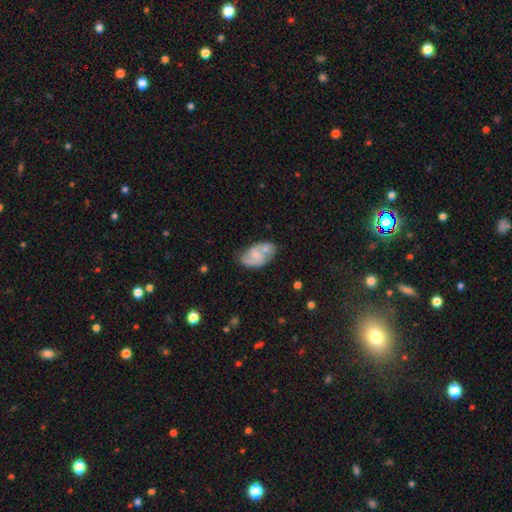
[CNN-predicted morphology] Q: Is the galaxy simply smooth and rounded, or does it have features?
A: featured or disk — 59%.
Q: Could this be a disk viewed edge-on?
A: no — 97%.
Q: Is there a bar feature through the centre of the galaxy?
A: no — 58%.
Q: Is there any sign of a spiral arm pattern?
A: yes — 79%.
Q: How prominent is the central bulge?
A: small — 51%.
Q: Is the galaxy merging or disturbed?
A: none — 44%.